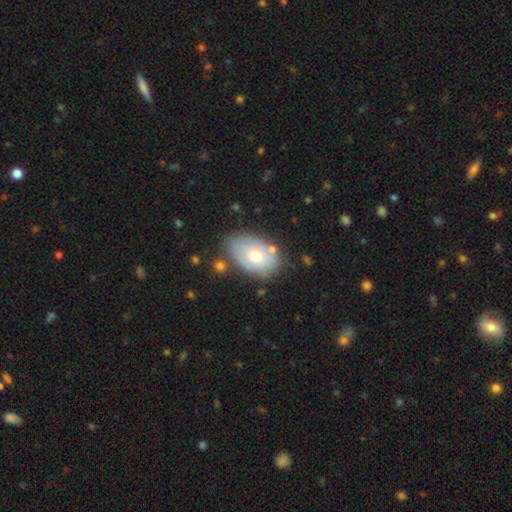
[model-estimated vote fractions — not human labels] smooth-or-featured: smooth: 59% | featured or disk: 33% | star or artifact: 8%
  how-rounded: in between: 85% | round: 13% | cigar-shaped: 1%
  merging: none: 67% | minor disturbance: 21% | merger: 6% | major disturbance: 6%